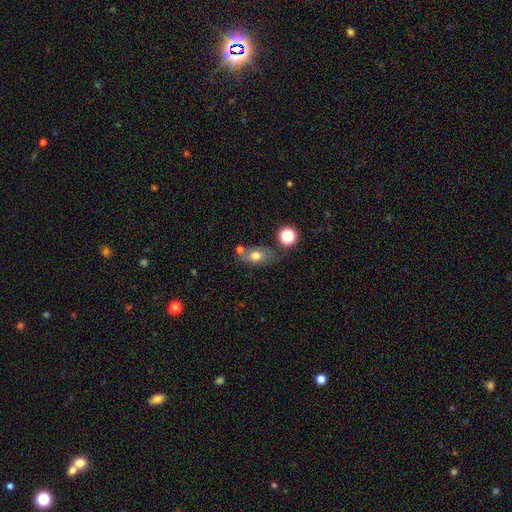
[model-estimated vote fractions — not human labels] Smooth or featured?
  - smooth: 71% *
  - featured or disk: 18%
  - star or artifact: 11%
How rounded?
  - in between: 74% *
  - round: 22%
  - cigar-shaped: 4%
Merging?
  - none: 57% *
  - merger: 19%
  - minor disturbance: 18%
  - major disturbance: 6%